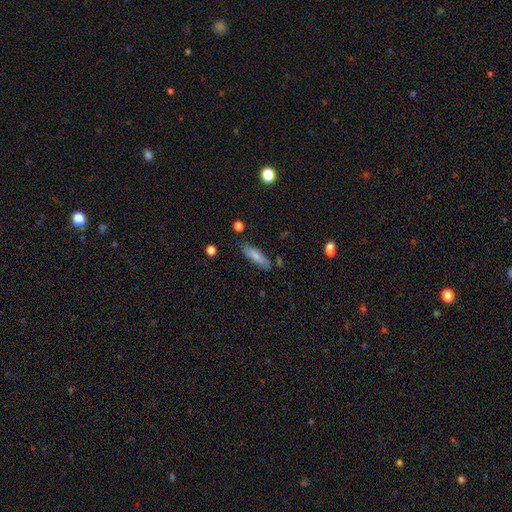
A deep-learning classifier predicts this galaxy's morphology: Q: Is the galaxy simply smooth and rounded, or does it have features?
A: smooth — 79%.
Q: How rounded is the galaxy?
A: cigar-shaped — 52%.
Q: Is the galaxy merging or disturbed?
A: none — 76%.